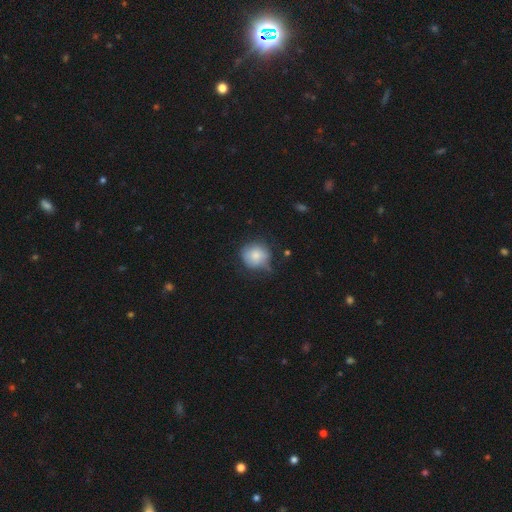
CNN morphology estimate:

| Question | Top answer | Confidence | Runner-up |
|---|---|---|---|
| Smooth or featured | smooth | 78% | featured or disk (13%) |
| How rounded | round | 88% | in between (11%) |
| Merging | none | 55% | minor disturbance (33%) |